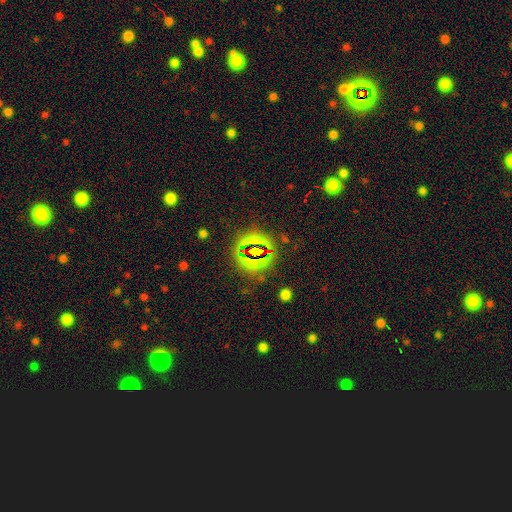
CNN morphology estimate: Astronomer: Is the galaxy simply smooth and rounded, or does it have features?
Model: star or artifact — 74%.